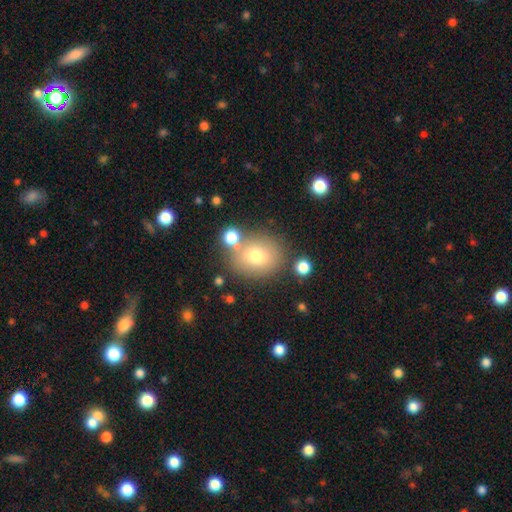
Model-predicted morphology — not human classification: Smooth or featured: smooth — 72% (featured or disk — 15%)
How rounded: round — 68% (in between — 31%)
Merging: none — 70% (minor disturbance — 13%)